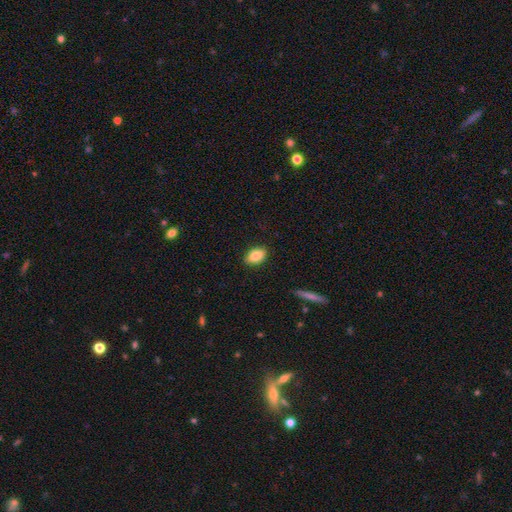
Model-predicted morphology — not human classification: A smooth galaxy with no disk features (82%) that is in between round and cigar-shaped (86%).

Vote fractions:
- Smooth or featured? smooth: 82% / featured or disk: 11% / star or artifact: 7%
- How rounded? in between: 86% / round: 11% / cigar-shaped: 3%
- Merging? none: 87% / minor disturbance: 10% / major disturbance: 2% / merger: 1%